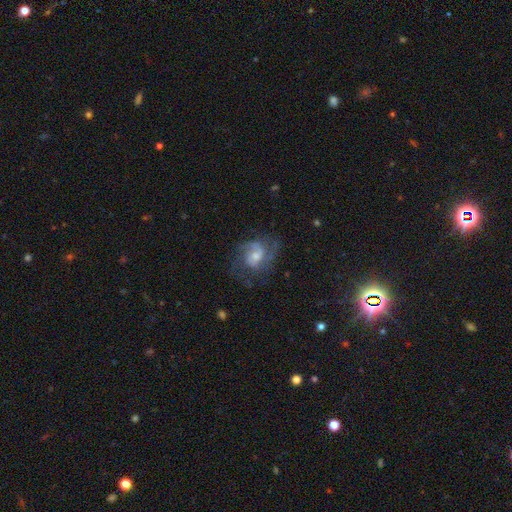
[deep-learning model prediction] Morphology: type=featured or disk (76%); edge-on=no (98%); bar=no (54%); spiral arms=yes (92%); winding=medium (49%); arm count=2 (50%); bulge=moderate (50%); merging=none (64%).